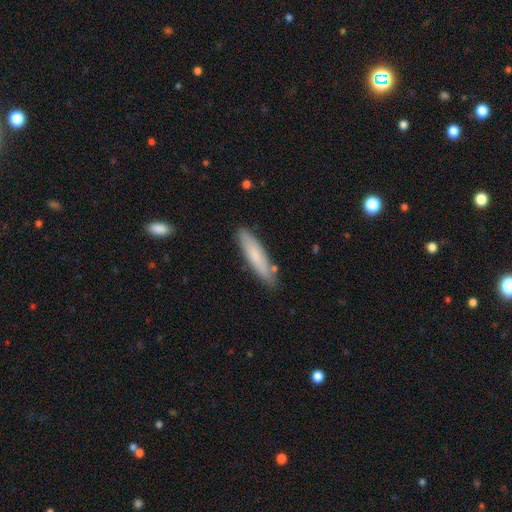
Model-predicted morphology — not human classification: smooth 74%, featured or disk 20%, star or artifact 6%. Down the decision tree: how rounded — cigar-shaped (82%); merging — none (83%).